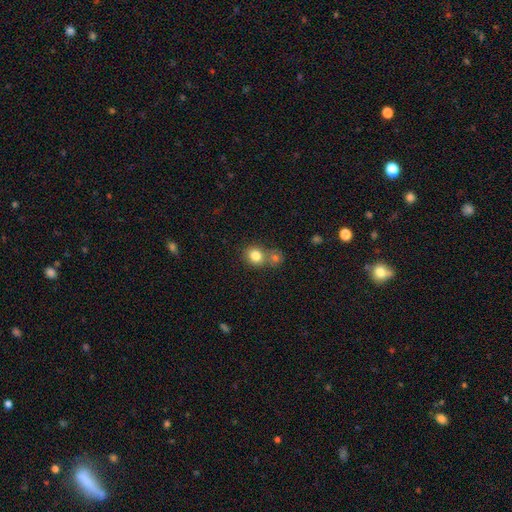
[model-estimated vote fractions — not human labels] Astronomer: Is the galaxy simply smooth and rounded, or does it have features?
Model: smooth — 82%.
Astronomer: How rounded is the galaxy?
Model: round — 74%.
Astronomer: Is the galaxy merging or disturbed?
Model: none — 51% (runner-up: merger, 37%).